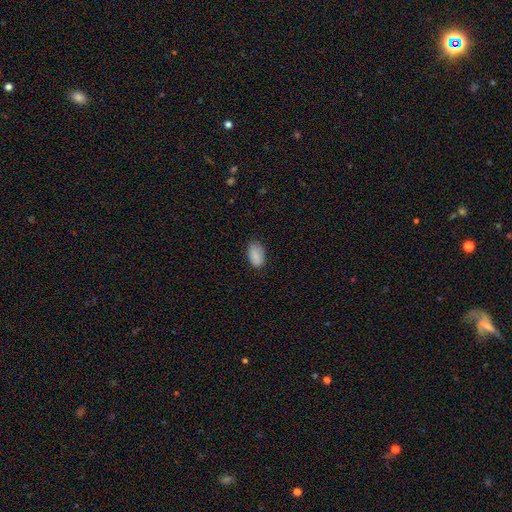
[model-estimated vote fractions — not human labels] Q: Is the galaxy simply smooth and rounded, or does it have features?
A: smooth — 87%.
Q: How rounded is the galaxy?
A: in between — 93%.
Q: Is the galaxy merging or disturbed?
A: none — 80%.